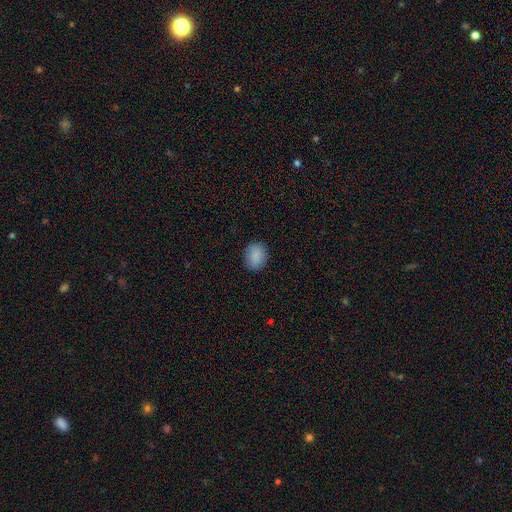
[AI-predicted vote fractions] A smooth galaxy with no disk features (88%) that is round (61%). Merging: none (86%).